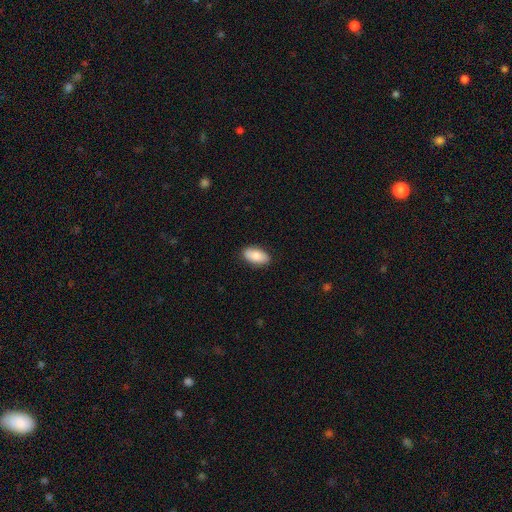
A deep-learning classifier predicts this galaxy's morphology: Overall: smooth (84%). How rounded: in between (93%). Merging: none (88%).